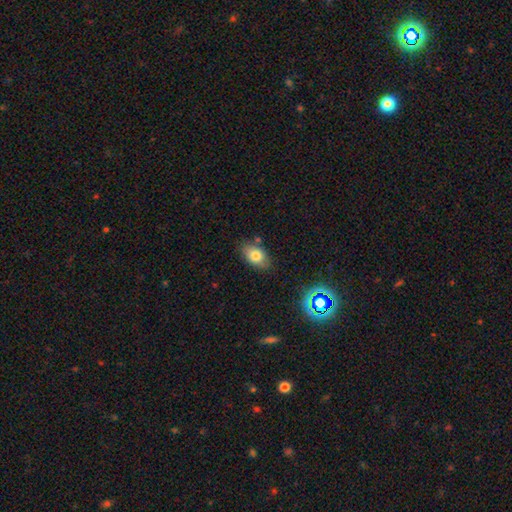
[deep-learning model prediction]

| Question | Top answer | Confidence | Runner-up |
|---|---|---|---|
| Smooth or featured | smooth | 78% | featured or disk (12%) |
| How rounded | in between | 88% | round (11%) |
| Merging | none | 79% | minor disturbance (14%) |